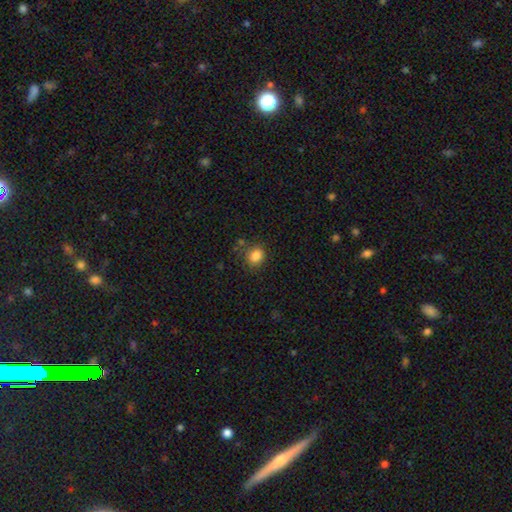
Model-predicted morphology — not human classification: smooth 85%, star or artifact 10%, featured or disk 5%. Down the decision tree: how rounded — round (61%); merging — none (77%).